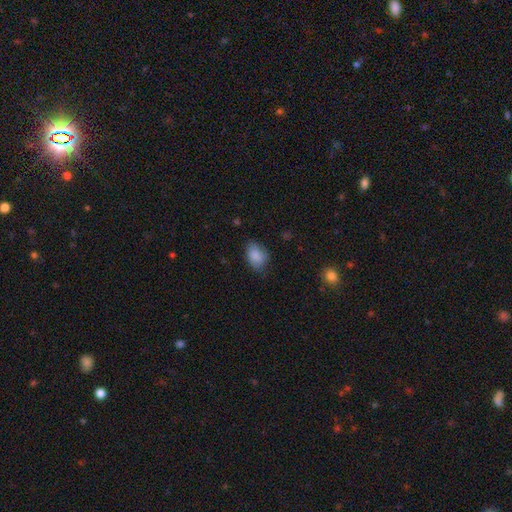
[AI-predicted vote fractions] smooth-or-featured: smooth: 85% | featured or disk: 8% | star or artifact: 7%
  how-rounded: in between: 78% | round: 21% | cigar-shaped: 1%
  merging: none: 65% | minor disturbance: 27% | major disturbance: 6% | merger: 1%